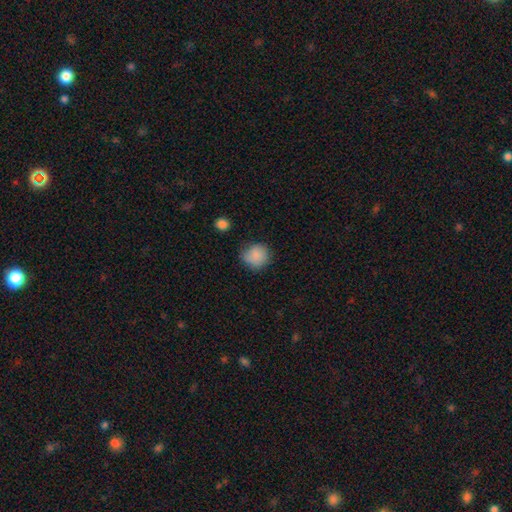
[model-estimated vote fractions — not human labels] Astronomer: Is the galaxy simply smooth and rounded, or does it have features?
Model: smooth — 86%.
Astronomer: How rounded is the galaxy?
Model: round — 87%.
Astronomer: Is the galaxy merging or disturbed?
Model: none — 69%.